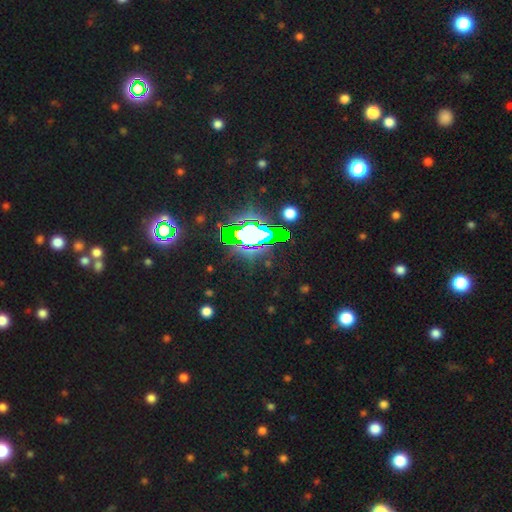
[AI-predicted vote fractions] This appears to be a star or artifact, not a galaxy (82%).